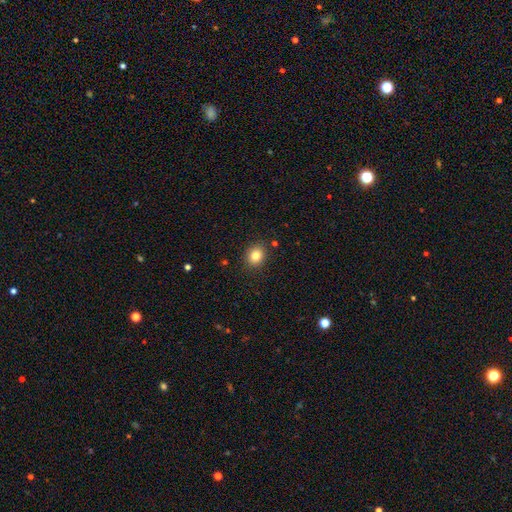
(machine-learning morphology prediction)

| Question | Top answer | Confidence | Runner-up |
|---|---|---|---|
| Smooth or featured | smooth | 82% | star or artifact (11%) |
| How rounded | round | 65% | in between (34%) |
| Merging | none | 89% | minor disturbance (8%) |